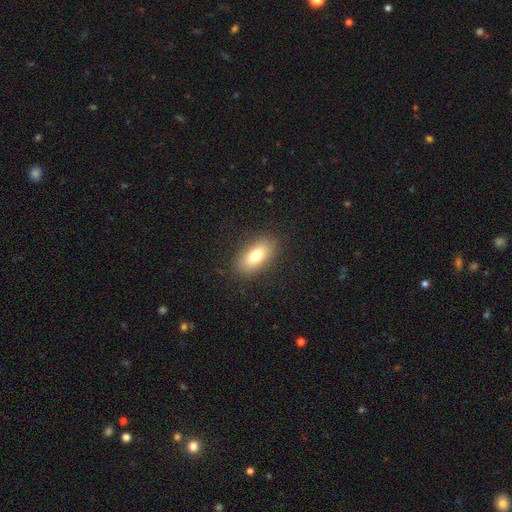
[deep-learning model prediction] This is likely a smooth galaxy (78%). How rounded: clearly in between (88%). Merging: clearly none (87%).